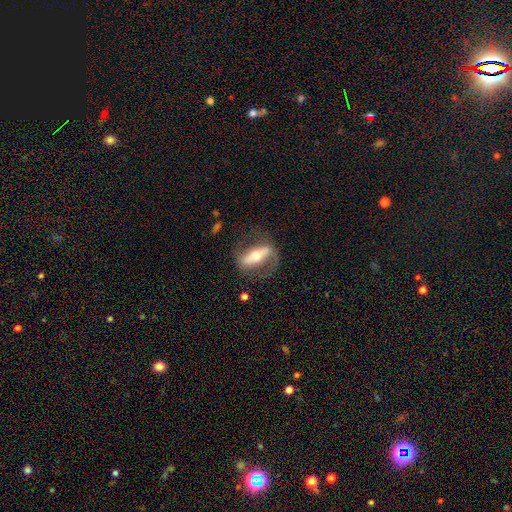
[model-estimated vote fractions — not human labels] Smooth or featured: featured or disk — 72% (smooth — 23%)
Edge-on disk: no — 60% (yes — 40%)
Merging: none — 68% (minor disturbance — 15%)